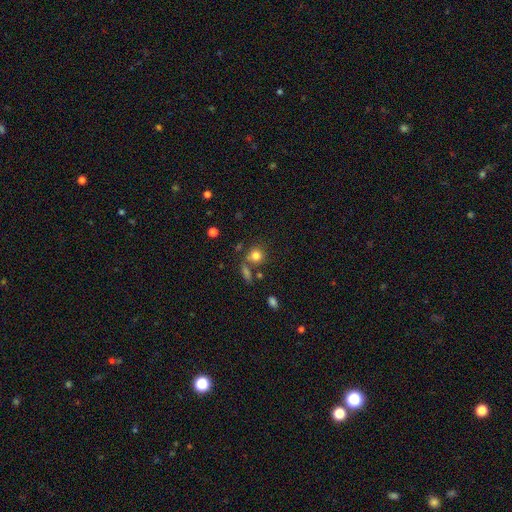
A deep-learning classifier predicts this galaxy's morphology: Smooth or featured? smooth (79%)
How rounded? round (83%)
Merging? none (64%)